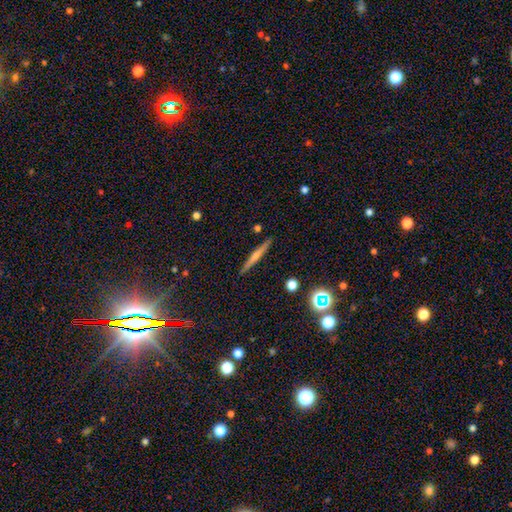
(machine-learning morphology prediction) This is possibly a featured or disk galaxy (46%). Merging: clearly none (89%).